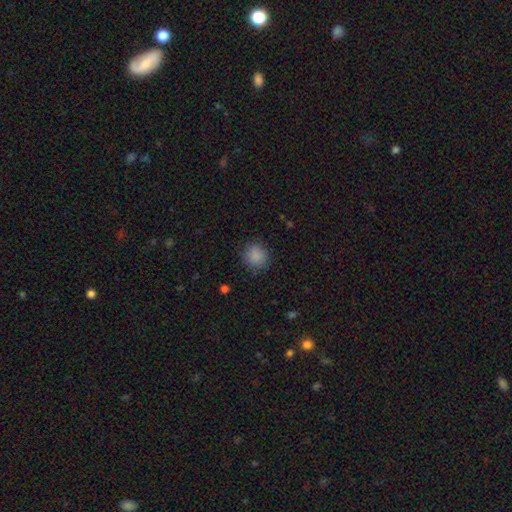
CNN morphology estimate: The model was most divided on "merging": none: 85%, minor disturbance: 11%, major disturbance: 3%, merger: 1%. More confident: how rounded — round (87%); smooth or featured — smooth (86%).